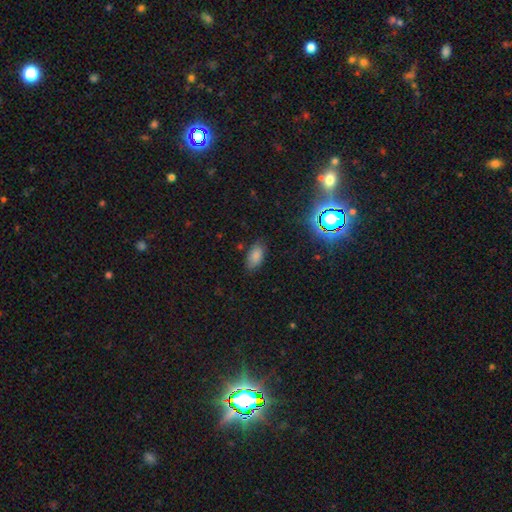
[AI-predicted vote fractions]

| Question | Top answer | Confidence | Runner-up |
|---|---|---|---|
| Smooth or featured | smooth | 81% | star or artifact (12%) |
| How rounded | in between | 92% | round (4%) |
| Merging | none | 81% | minor disturbance (14%) |